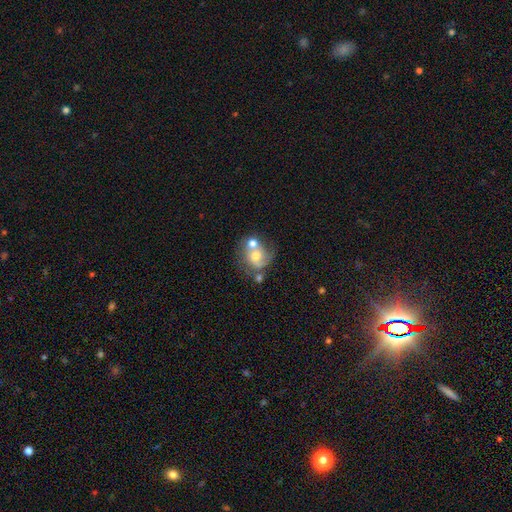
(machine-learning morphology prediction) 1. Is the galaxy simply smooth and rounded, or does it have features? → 53% featured or disk, 38% smooth, 10% star or artifact.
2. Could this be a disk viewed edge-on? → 97% no, 3% yes.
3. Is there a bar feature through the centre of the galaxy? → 74% no, 22% weak, 4% strong.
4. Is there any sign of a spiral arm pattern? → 72% yes, 28% no.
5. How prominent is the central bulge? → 57% moderate, 22% small, 13% large, 6% none, 2% dominant.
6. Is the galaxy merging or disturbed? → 42% merger, 30% none, 14% minor disturbance, 13% major disturbance.